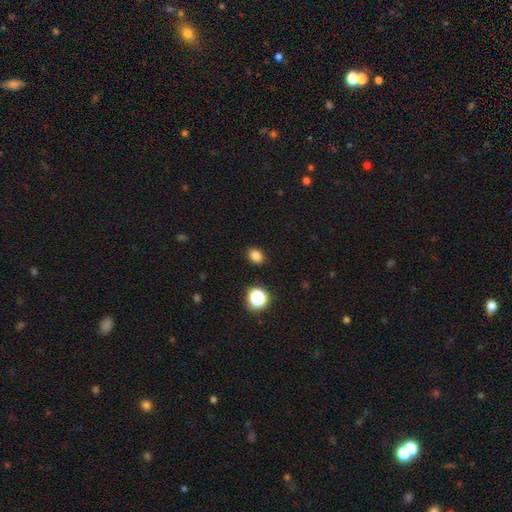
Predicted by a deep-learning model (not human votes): smooth 82%, star or artifact 14%, featured or disk 4%. Down the decision tree: how rounded — in between (61%); merging — none (89%).